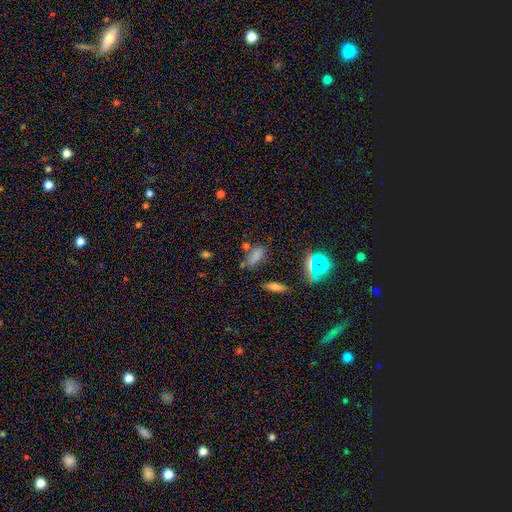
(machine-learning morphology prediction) type=smooth (68%); roundness=in between (77%); merging=none (60%).